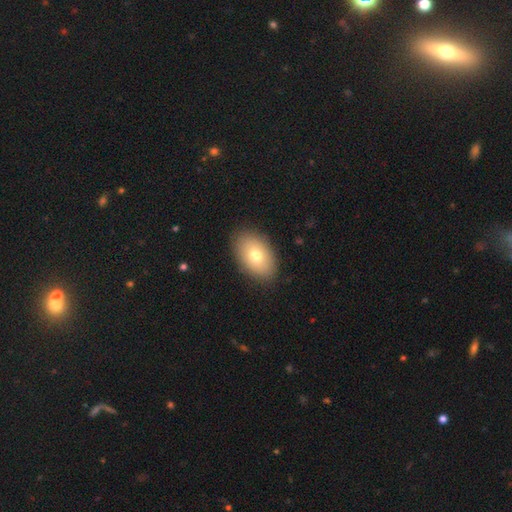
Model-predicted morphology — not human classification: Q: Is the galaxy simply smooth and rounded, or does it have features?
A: smooth — 73%.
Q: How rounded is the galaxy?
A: in between — 87%.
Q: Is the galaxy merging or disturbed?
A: none — 87%.